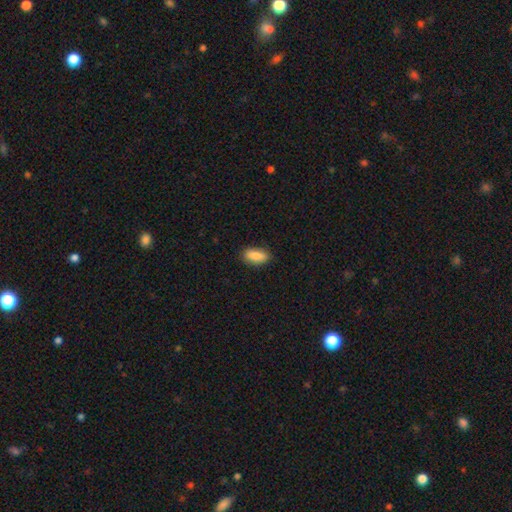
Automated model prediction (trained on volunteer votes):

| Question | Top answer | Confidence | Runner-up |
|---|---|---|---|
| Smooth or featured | smooth | 87% | featured or disk (7%) |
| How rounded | in between | 85% | cigar-shaped (13%) |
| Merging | none | 85% | minor disturbance (11%) |